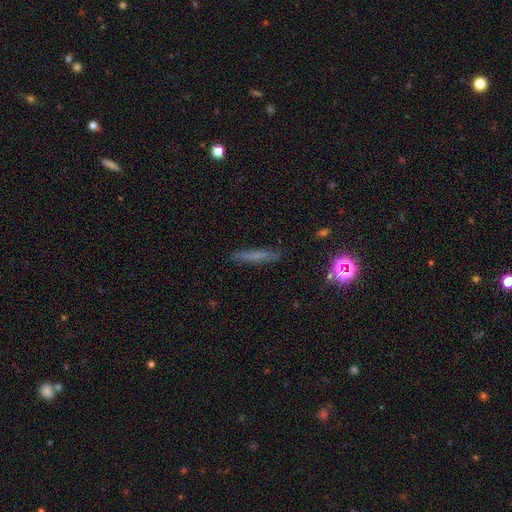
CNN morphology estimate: Smooth or featured? smooth (60%)
How rounded? cigar-shaped (92%)
Merging? none (88%)